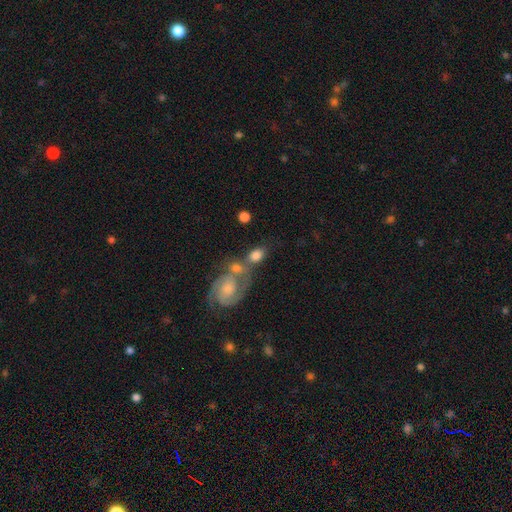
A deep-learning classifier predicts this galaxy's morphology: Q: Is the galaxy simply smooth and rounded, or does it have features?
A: smooth — 64%.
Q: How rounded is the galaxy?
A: in between — 74%.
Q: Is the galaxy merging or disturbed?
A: none — 41%.